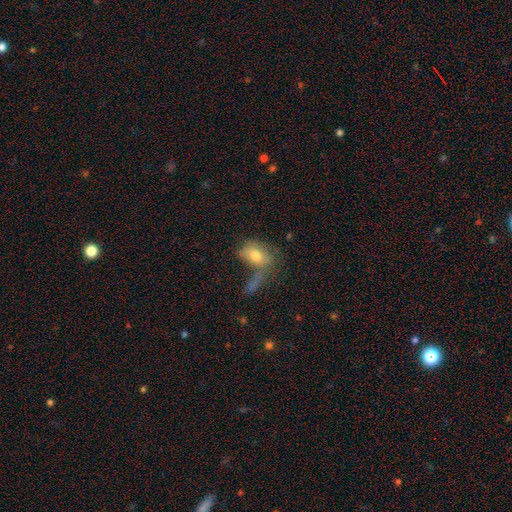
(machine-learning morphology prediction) A smooth galaxy with no disk features (72%) that is in between round and cigar-shaped (78%).

Vote fractions:
- Smooth or featured? smooth: 72% / featured or disk: 18% / star or artifact: 9%
- How rounded? in between: 78% / round: 20% / cigar-shaped: 2%
- Merging? none: 37% / merger: 22% / major disturbance: 22% / minor disturbance: 20%